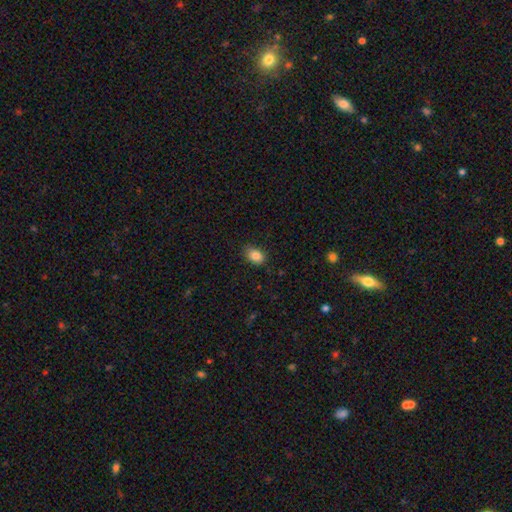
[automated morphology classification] Smooth or featured? Predicted: smooth (p=0.85). How rounded? Predicted: in between (p=0.77). Merging? Predicted: none (p=0.79).